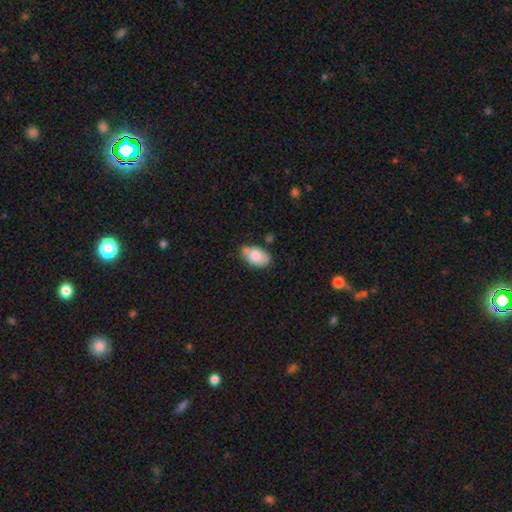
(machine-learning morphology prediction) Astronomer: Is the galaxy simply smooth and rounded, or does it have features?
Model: smooth — 82%.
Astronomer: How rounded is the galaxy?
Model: in between — 92%.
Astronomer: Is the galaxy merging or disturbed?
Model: none — 59%.